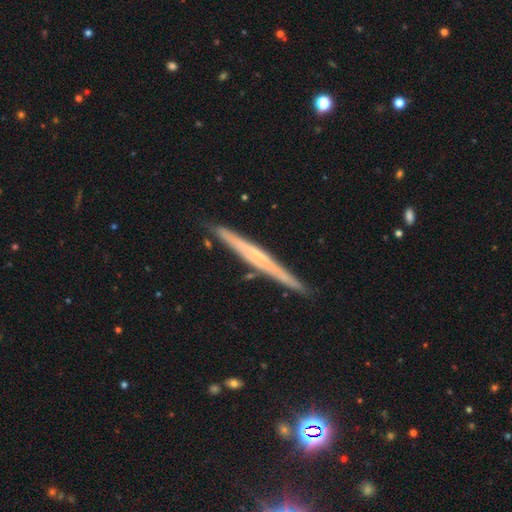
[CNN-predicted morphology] smooth-or-featured: featured or disk: 62% | smooth: 31% | star or artifact: 7%
  disk-edge-on: yes: 96% | no: 4%
    edge-on-bulge: none: 76% | rounded: 17% | boxy: 7%
  merging: none: 86% | minor disturbance: 10% | merger: 2% | major disturbance: 2%